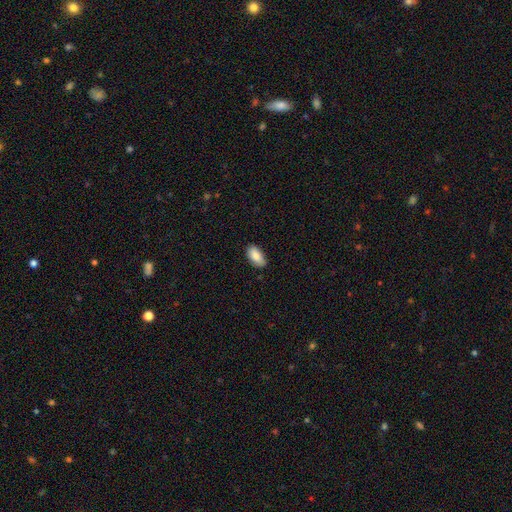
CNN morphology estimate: Smooth or featured?
  - smooth: 85% *
  - featured or disk: 8%
  - star or artifact: 7%
How rounded?
  - in between: 93% *
  - cigar-shaped: 4%
  - round: 3%
Merging?
  - none: 83% *
  - minor disturbance: 14%
  - major disturbance: 2%
  - merger: 1%